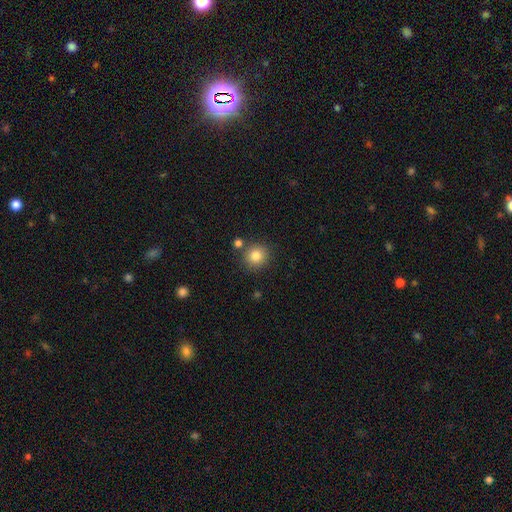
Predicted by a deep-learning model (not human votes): A smooth galaxy with no disk features (82%) that is round (89%). Merging: none (80%).